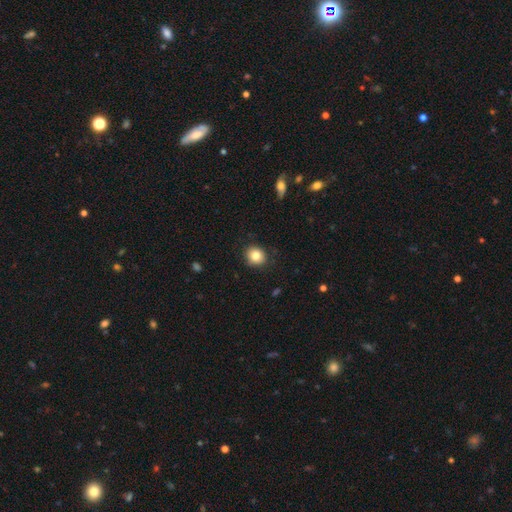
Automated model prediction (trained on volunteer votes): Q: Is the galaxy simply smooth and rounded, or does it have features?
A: smooth — 82%.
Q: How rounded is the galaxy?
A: round — 84%.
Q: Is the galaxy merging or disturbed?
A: none — 88%.